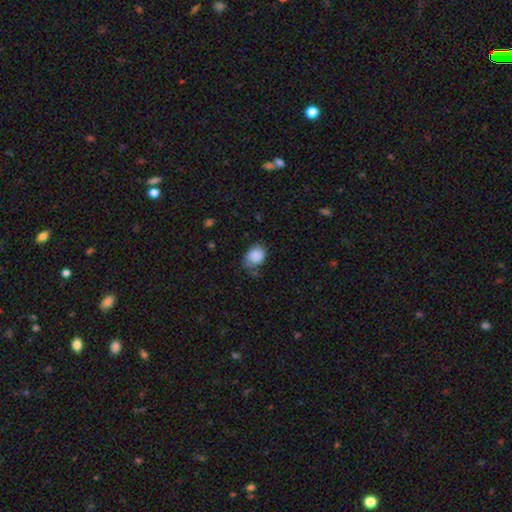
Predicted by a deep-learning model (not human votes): This is clearly a smooth galaxy (87%). How rounded: possibly round (52%). Merging: possibly none (56%).